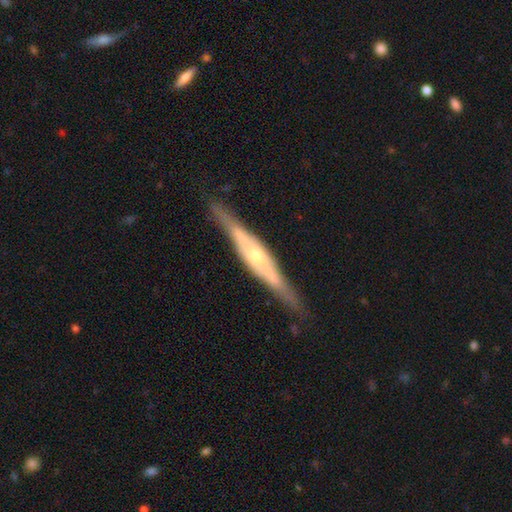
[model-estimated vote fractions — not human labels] A featured or disk galaxy (73%) viewed edge-on (92%) with a rounded central bulge (76%).

Vote fractions:
- Smooth or featured? featured or disk: 73% / smooth: 21% / star or artifact: 5%
- Edge-on disk? yes: 92% / no: 8%
- Edge-on bulge? rounded: 76% / boxy: 15% / none: 9%
- Merging? none: 83% / minor disturbance: 12% / major disturbance: 3% / merger: 2%